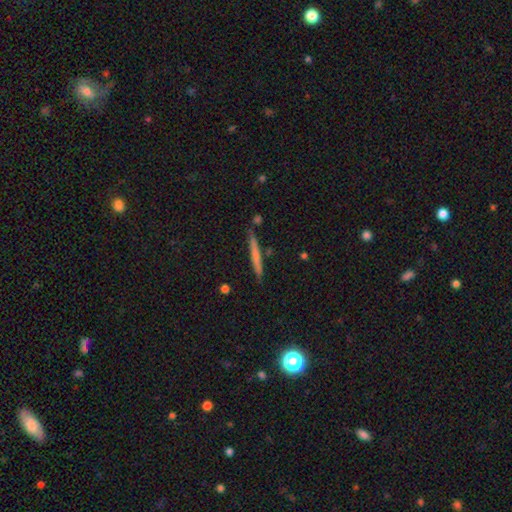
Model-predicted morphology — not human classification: smooth_or_featured: smooth (p=0.59) [alt: featured or disk p=0.35]
how_rounded: cigar-shaped (p=0.96) [alt: in between p=0.02]
merging: none (p=0.84) [alt: minor disturbance p=0.11]